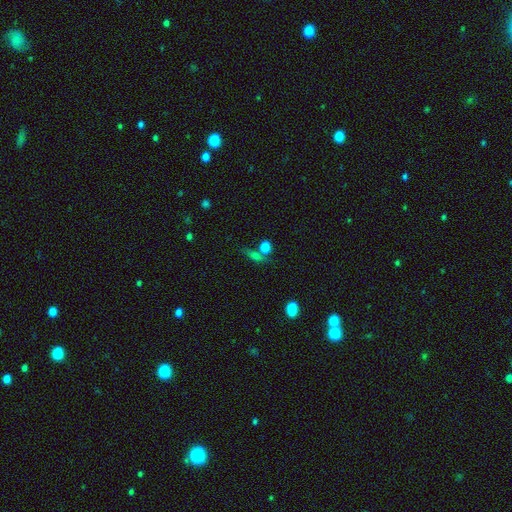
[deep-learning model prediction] A smooth galaxy with no disk features (63%) that is in between round and cigar-shaped (44%). Merging: none (54%).